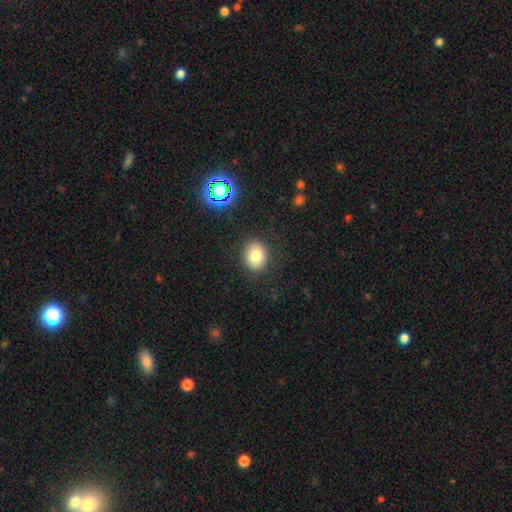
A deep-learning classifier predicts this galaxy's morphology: smooth-or-featured: smooth: 79% | star or artifact: 11% | featured or disk: 10%
  how-rounded: round: 54% | in between: 46% | cigar-shaped: 1%
  merging: none: 87% | minor disturbance: 9% | major disturbance: 3% | merger: 1%